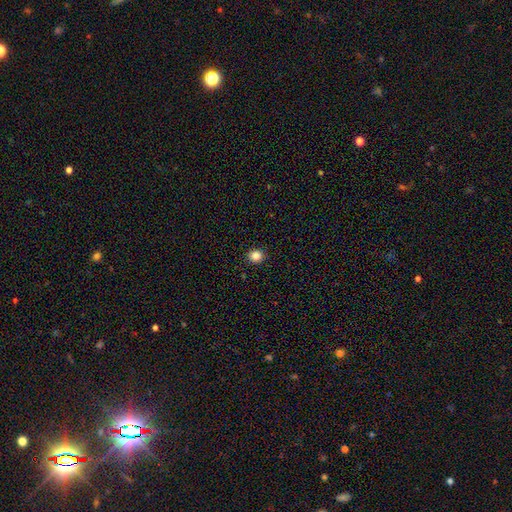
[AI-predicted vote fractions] Smooth or featured: smooth — 84% (star or artifact — 12%)
How rounded: round — 86% (in between — 13%)
Merging: none — 92% (minor disturbance — 5%)